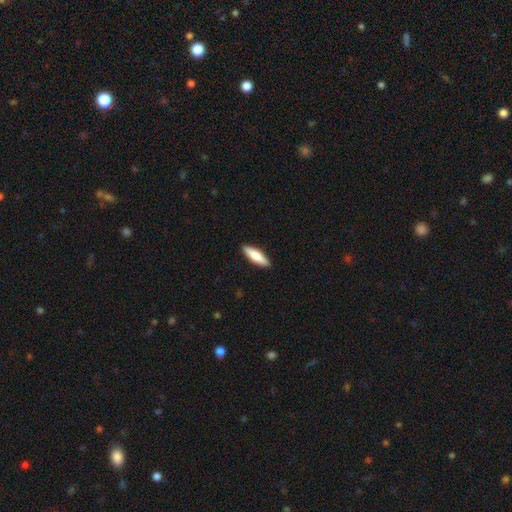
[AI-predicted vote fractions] smooth_or_featured: smooth (p=0.73) [alt: featured or disk p=0.22]
how_rounded: cigar-shaped (p=0.62) [alt: in between p=0.36]
merging: none (p=0.91) [alt: minor disturbance p=0.07]